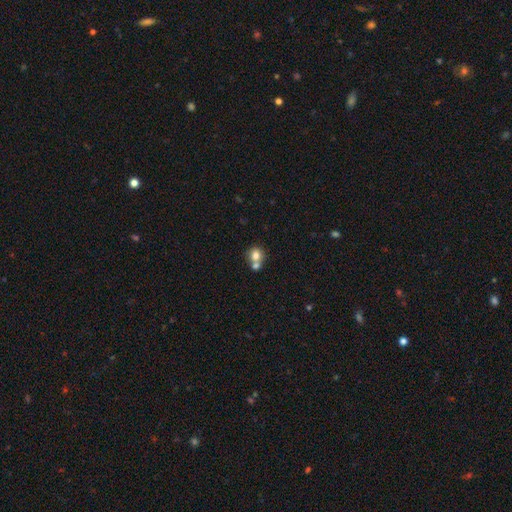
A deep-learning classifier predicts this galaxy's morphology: Smooth or featured? Predicted: smooth (p=0.77). How rounded? Predicted: round (p=0.79). Merging? Predicted: merger (p=0.50).